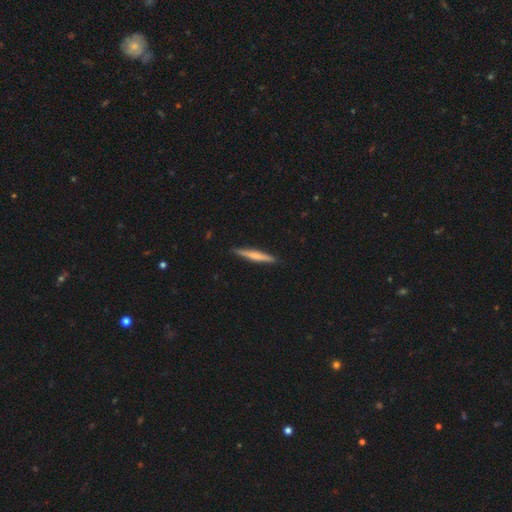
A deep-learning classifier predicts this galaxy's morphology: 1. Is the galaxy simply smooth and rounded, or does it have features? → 55% smooth, 40% featured or disk, 5% star or artifact.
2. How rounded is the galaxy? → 95% cigar-shaped, 4% in between, 1% round.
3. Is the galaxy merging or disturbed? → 91% none, 7% minor disturbance, 1% major disturbance, 1% merger.